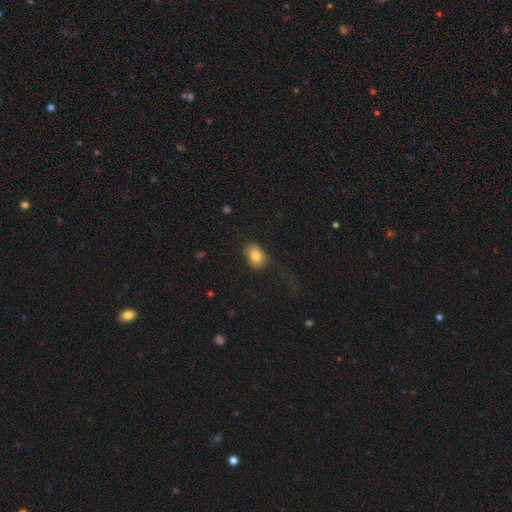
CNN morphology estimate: Smooth or featured: smooth — 81% (featured or disk — 10%)
How rounded: in between — 72% (round — 27%)
Merging: none — 71% (minor disturbance — 18%)